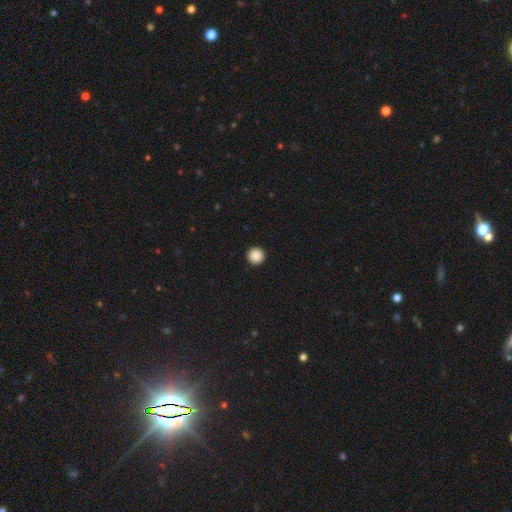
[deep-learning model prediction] smooth-or-featured: smooth: 88% | star or artifact: 9% | featured or disk: 3%
  how-rounded: round: 97% | in between: 2% | cigar-shaped: 1%
  merging: none: 94% | minor disturbance: 4% | major disturbance: 1% | merger: 1%